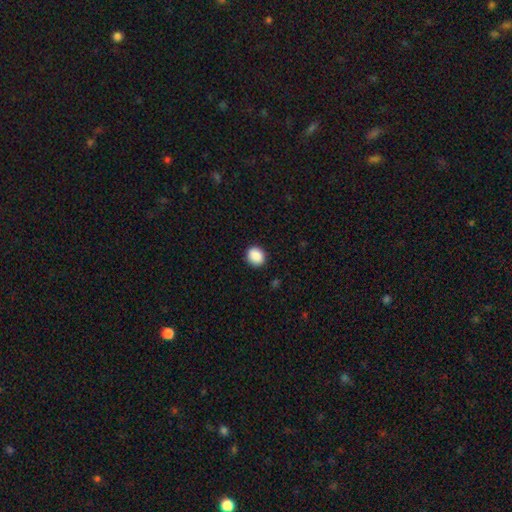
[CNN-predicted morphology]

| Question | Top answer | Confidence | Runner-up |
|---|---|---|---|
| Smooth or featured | smooth | 89% | star or artifact (8%) |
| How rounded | round | 74% | in between (25%) |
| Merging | none | 90% | minor disturbance (7%) |